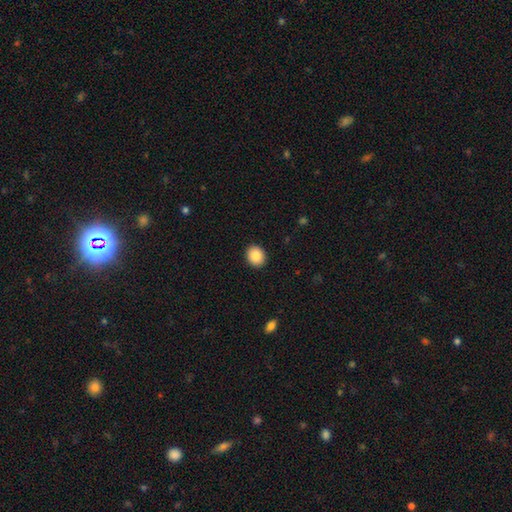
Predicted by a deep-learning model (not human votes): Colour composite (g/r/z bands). It shows a smooth galaxy with no disk features (87%) that is round (66%). Merging: none (92%).